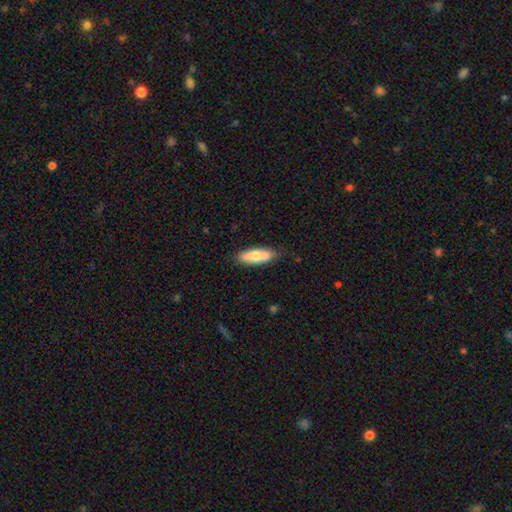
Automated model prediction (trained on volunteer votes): The model was most divided on "how rounded": in between: 56%, cigar-shaped: 41%, round: 2%. More confident: merging — none (81%); smooth or featured — smooth (69%).